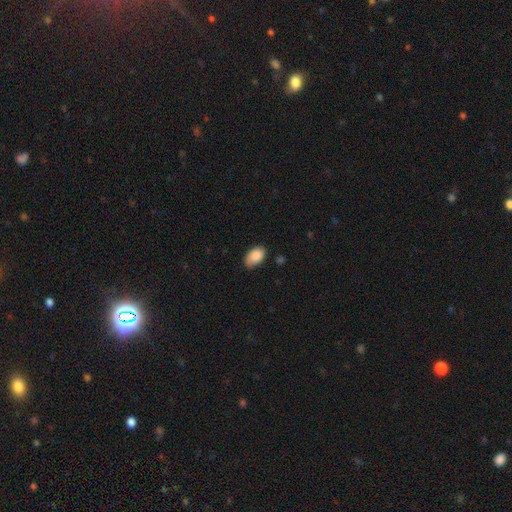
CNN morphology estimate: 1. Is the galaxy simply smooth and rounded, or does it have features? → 86% smooth, 7% featured or disk, 7% star or artifact.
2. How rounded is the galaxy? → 90% in between, 9% round, 1% cigar-shaped.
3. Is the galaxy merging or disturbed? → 66% none, 27% minor disturbance, 4% major disturbance, 2% merger.